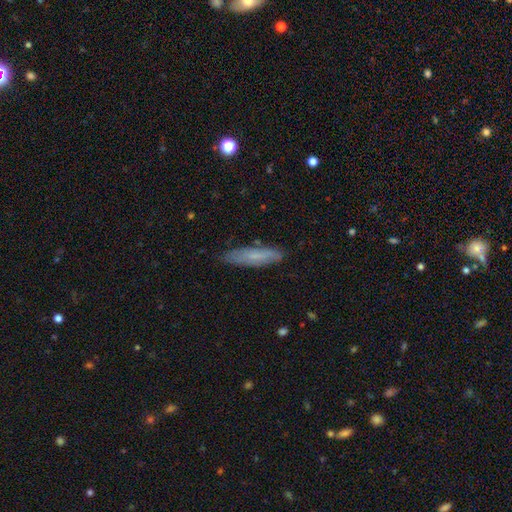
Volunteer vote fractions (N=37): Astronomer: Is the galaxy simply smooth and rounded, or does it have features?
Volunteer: smooth — 65%.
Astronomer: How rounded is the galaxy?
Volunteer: cigar-shaped — 83%.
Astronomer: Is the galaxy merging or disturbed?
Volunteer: none — 89%.